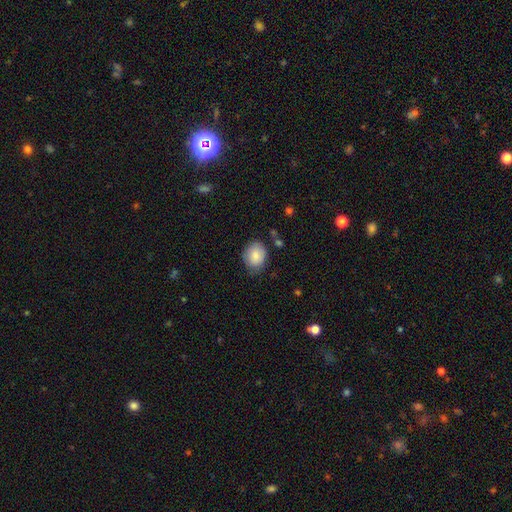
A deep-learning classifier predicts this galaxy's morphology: Smooth or featured: smooth — 85% (featured or disk — 8%)
How rounded: round — 55% (in between — 44%)
Merging: none — 74% (minor disturbance — 19%)